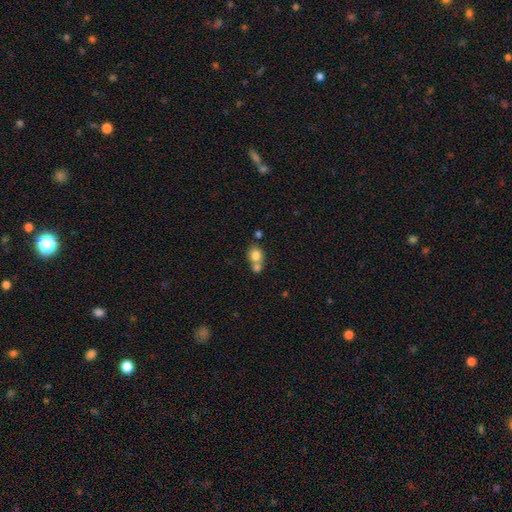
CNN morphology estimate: type=smooth (79%); roundness=round (71%); merging=merger (49%).